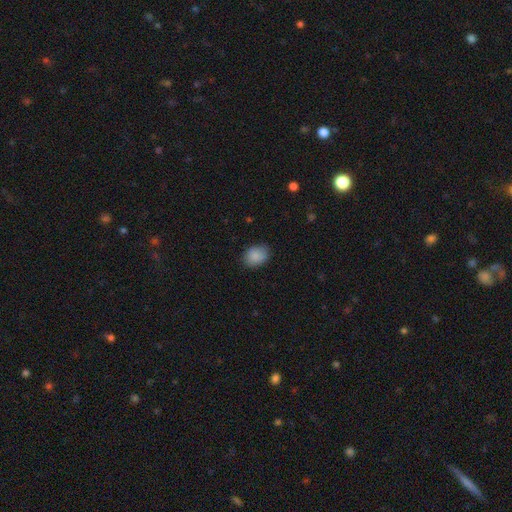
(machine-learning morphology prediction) A smooth galaxy with no disk features (87%) that is in between round and cigar-shaped (64%). Merging: none (80%).